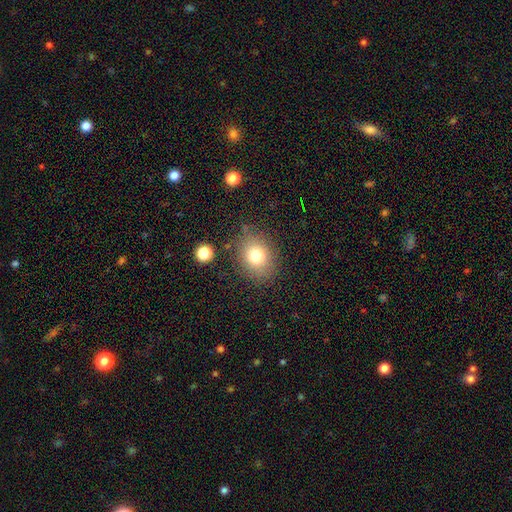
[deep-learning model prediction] The model was most divided on "how rounded": round: 55%, in between: 44%, cigar-shaped: 1%. More confident: merging — none (80%); smooth or featured — smooth (76%).